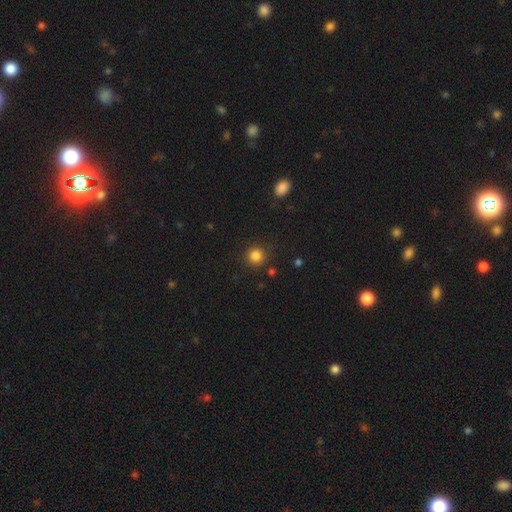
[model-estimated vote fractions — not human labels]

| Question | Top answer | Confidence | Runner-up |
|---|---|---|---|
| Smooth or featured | smooth | 85% | star or artifact (12%) |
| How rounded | round | 94% | in between (5%) |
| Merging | none | 89% | minor disturbance (7%) |